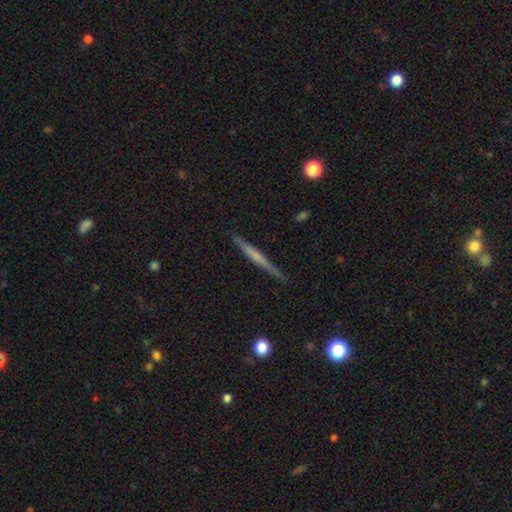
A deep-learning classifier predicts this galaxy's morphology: A featured or disk galaxy (57%) viewed edge-on (98%) with no central bulge (70%).

Vote fractions:
- Smooth or featured? featured or disk: 57% / smooth: 37% / star or artifact: 6%
- Edge-on disk? yes: 98% / no: 2%
- Edge-on bulge? none: 70% / rounded: 20% / boxy: 9%
- Merging? none: 90% / minor disturbance: 7% / major disturbance: 2% / merger: 1%